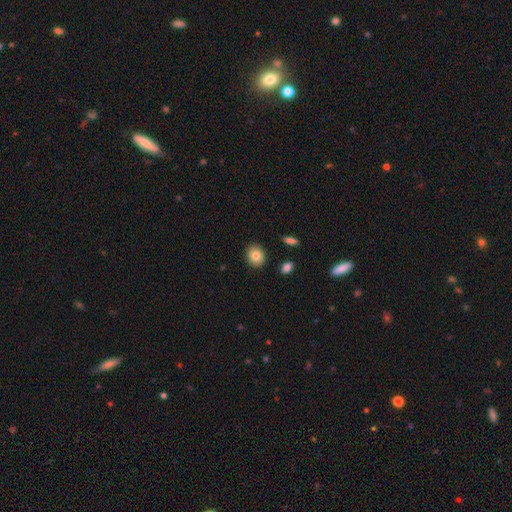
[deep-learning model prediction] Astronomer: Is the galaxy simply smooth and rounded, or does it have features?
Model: smooth — 82%.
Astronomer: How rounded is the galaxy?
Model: round — 64%.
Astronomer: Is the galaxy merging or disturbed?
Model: none — 89%.